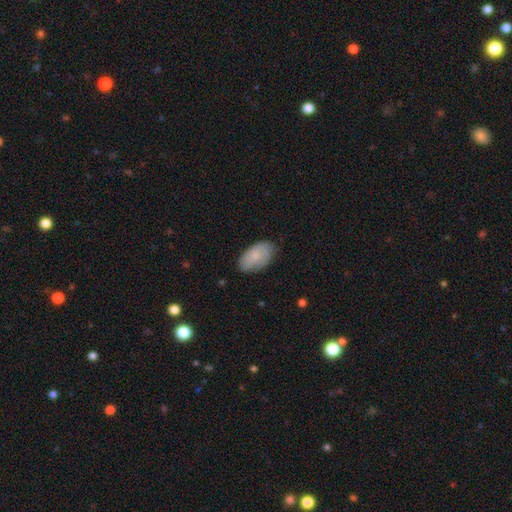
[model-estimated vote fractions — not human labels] The model was most divided on "merging": none: 77%, minor disturbance: 18%, major disturbance: 3%, merger: 1%. More confident: how rounded — in between (94%); smooth or featured — smooth (78%).